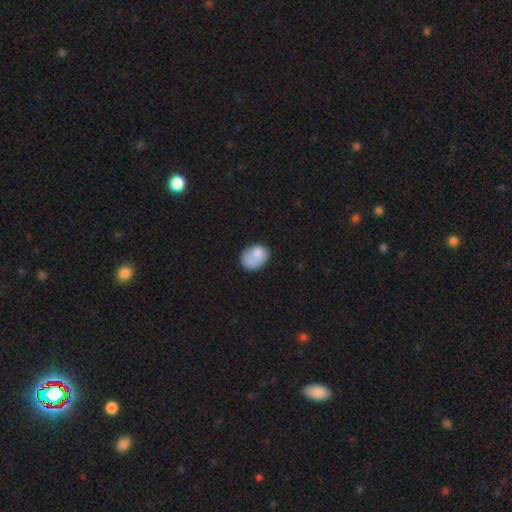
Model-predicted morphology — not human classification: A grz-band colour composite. It shows a smooth galaxy with no disk features (78%) that is in between round and cigar-shaped (61%). Merging: none (50%).